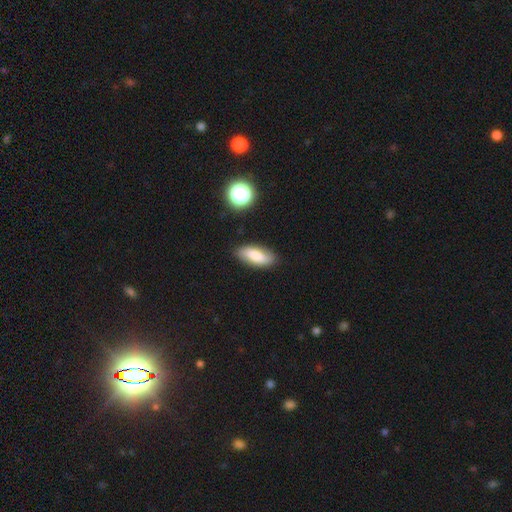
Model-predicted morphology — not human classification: type=smooth (77%); roundness=in between (79%); merging=none (84%).